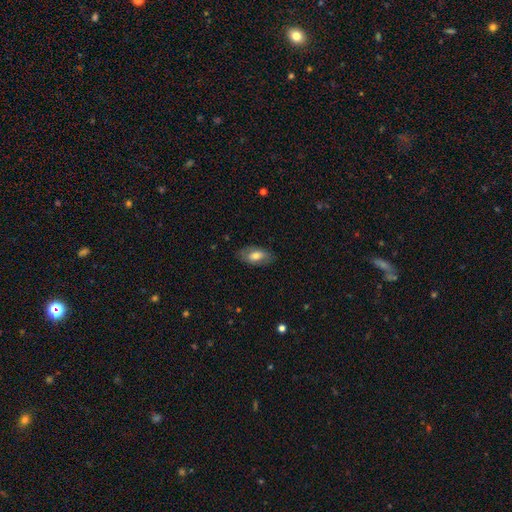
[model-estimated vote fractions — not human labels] smooth_or_featured: smooth (p=0.65) [alt: featured or disk p=0.28]
how_rounded: in between (p=0.91) [alt: round p=0.05]
merging: none (p=0.78) [alt: minor disturbance p=0.17]